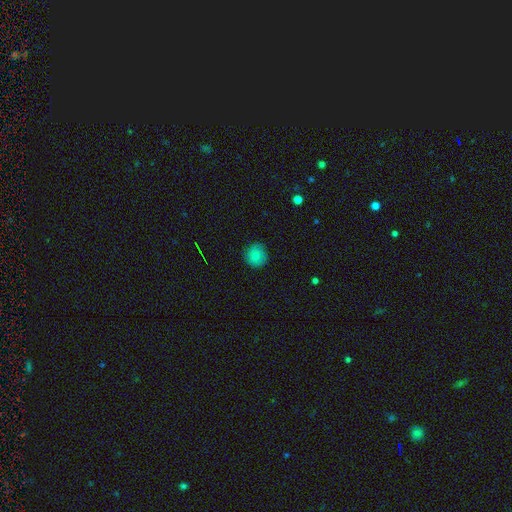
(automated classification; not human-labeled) The model was most divided on "smooth or featured": smooth: 77%, featured or disk: 12%, star or artifact: 11%. More confident: how rounded — round (93%); merging — none (85%).